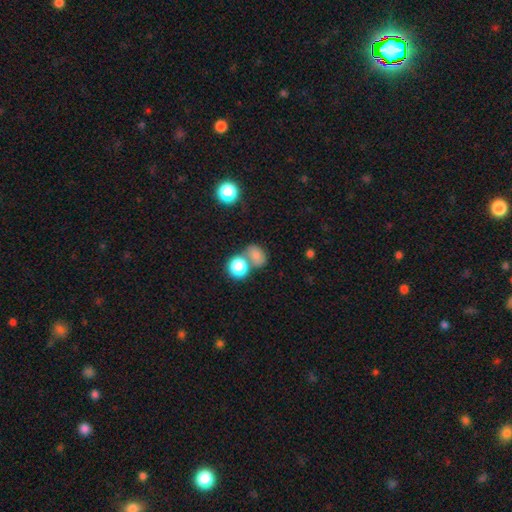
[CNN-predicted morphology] Smooth or featured? smooth (78%)
How rounded? in between (55%)
Merging? none (44%)